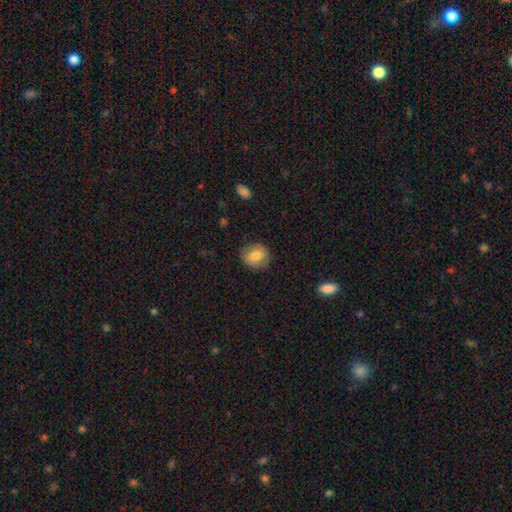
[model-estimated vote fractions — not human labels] Smooth or featured? smooth (77%)
How rounded? round (80%)
Merging? none (81%)